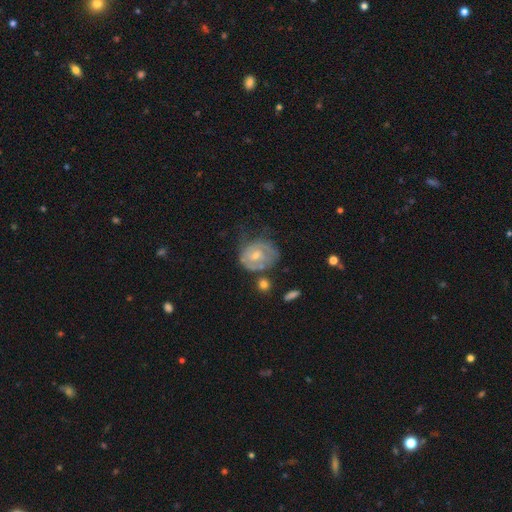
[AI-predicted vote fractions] smooth_or_featured: featured or disk (p=0.66) [alt: smooth p=0.28]
disk_edge_on: no (p=0.97) [alt: yes p=0.03]
bar: no (p=0.59) [alt: weak p=0.36]
has_spiral_arms: yes (p=0.75) [alt: no p=0.25]
bulge_size: moderate (p=0.51) [alt: small p=0.43]
merging: none (p=0.43) [alt: minor disturbance p=0.28]